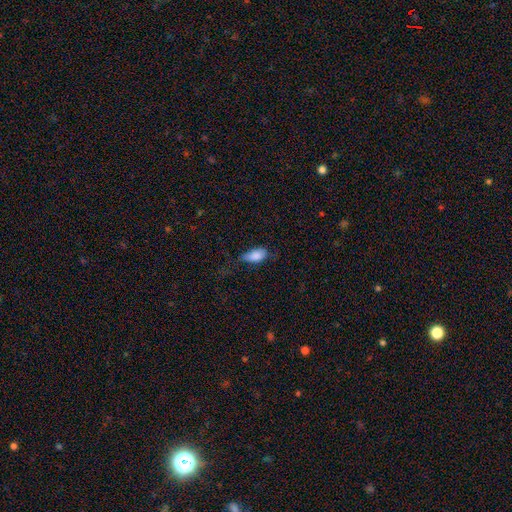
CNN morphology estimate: Q: Smooth or featured?
A: smooth (83%); runner-up: featured or disk (9%)
Q: How rounded?
A: in between (90%); runner-up: cigar-shaped (6%)
Q: Merging?
A: none (41%); runner-up: minor disturbance (36%)